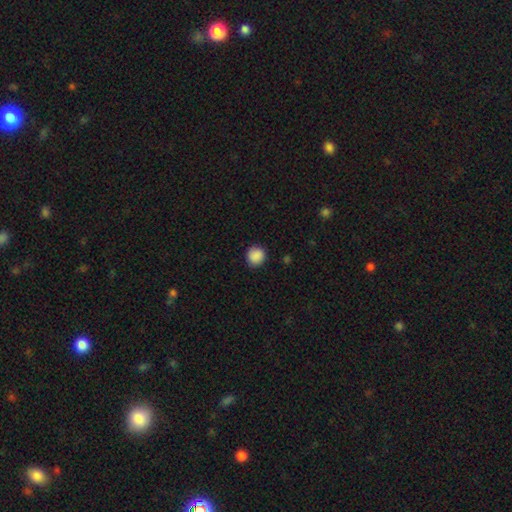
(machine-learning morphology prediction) Smooth or featured? Predicted: smooth (p=0.89). How rounded? Predicted: round (p=0.92). Merging? Predicted: none (p=0.90).